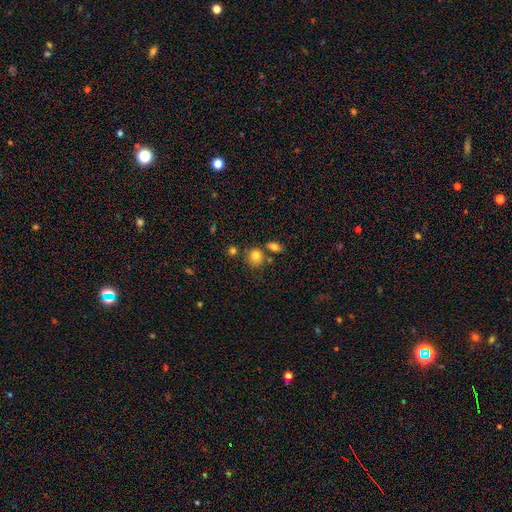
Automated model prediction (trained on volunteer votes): This is clearly a smooth galaxy (81%). How rounded: likely round (78%). Merging: likely none (64%).